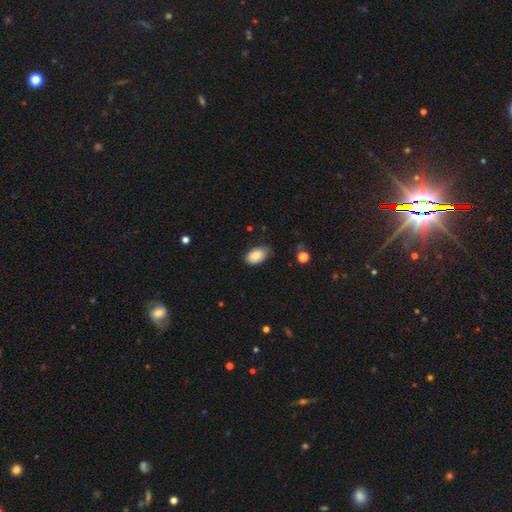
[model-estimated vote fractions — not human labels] This is clearly a smooth galaxy (87%). How rounded: clearly in between (92%). Merging: likely none (67%).